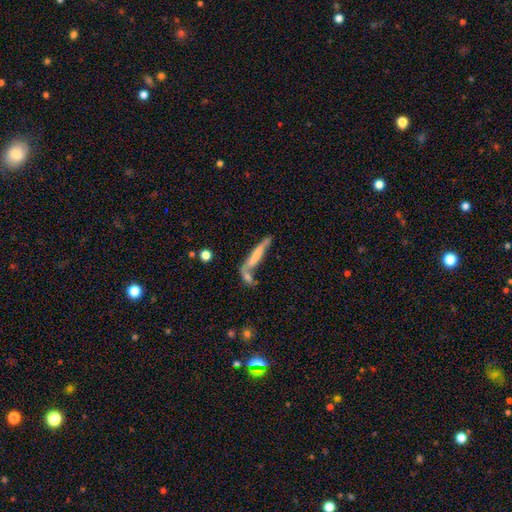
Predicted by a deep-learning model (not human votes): Smooth or featured? smooth (53%)
How rounded? cigar-shaped (89%)
Merging? merger (40%)